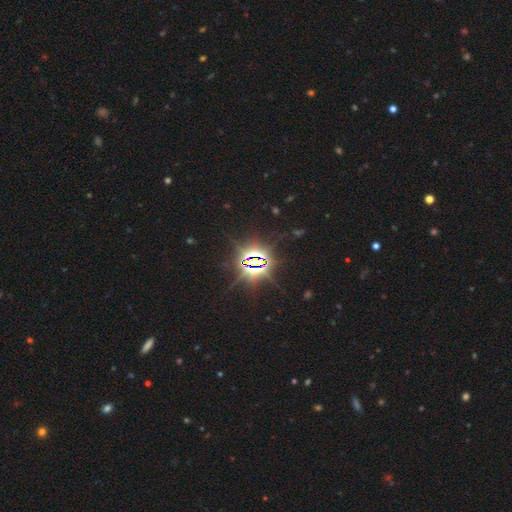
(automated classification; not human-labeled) A star or artifact, not a galaxy (85%).